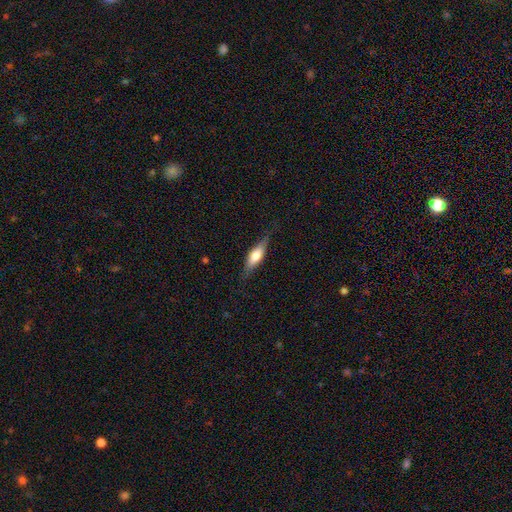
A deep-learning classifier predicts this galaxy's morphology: smooth 53%, featured or disk 41%, star or artifact 6%. Down the decision tree: how rounded — cigar-shaped (52%); merging — none (78%).